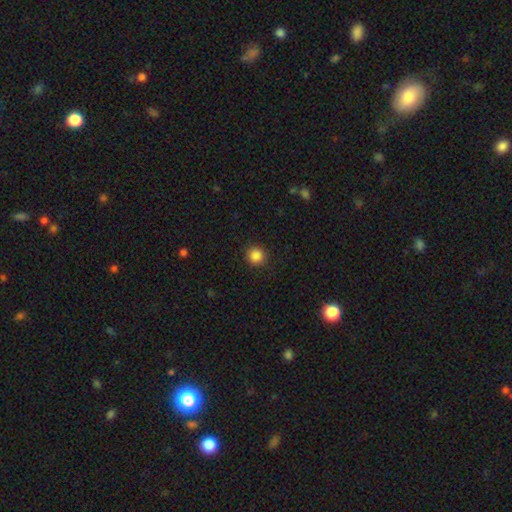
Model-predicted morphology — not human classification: type=smooth (86%); roundness=round (94%); merging=none (92%).